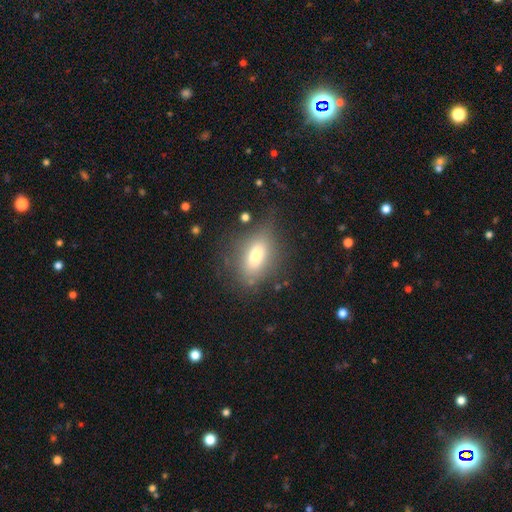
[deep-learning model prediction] smooth_or_featured: smooth (p=0.69) [alt: featured or disk p=0.20]
how_rounded: in between (p=0.80) [alt: round p=0.12]
merging: none (p=0.71) [alt: minor disturbance p=0.18]